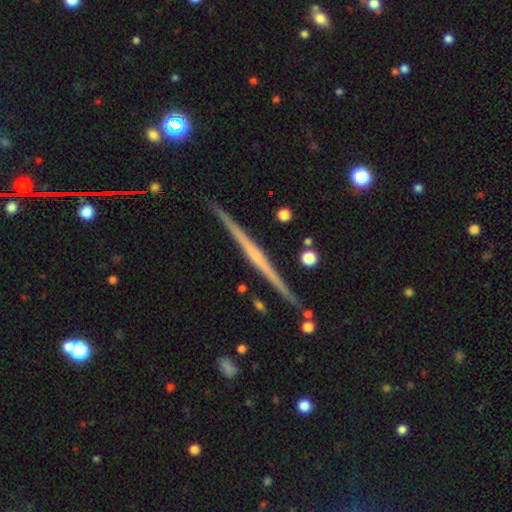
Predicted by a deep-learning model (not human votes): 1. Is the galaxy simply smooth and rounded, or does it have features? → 77% featured or disk, 17% smooth, 6% star or artifact.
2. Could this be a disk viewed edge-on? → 98% yes, 2% no.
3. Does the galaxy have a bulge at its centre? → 65% none, 25% rounded, 10% boxy.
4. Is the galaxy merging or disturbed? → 91% none, 6% minor disturbance, 2% merger, 1% major disturbance.